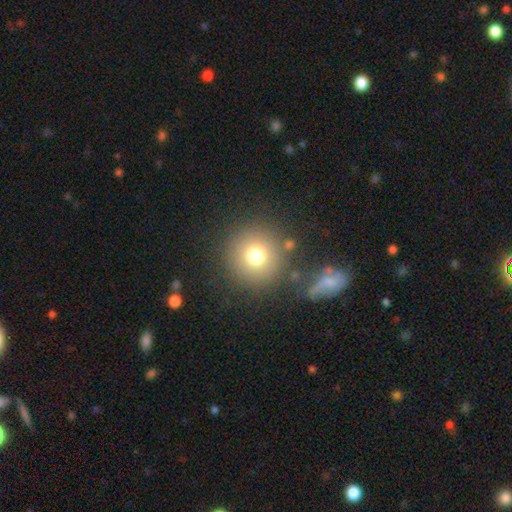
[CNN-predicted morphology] This is likely a smooth galaxy (75%). How rounded: clearly round (95%). Merging: clearly none (84%).